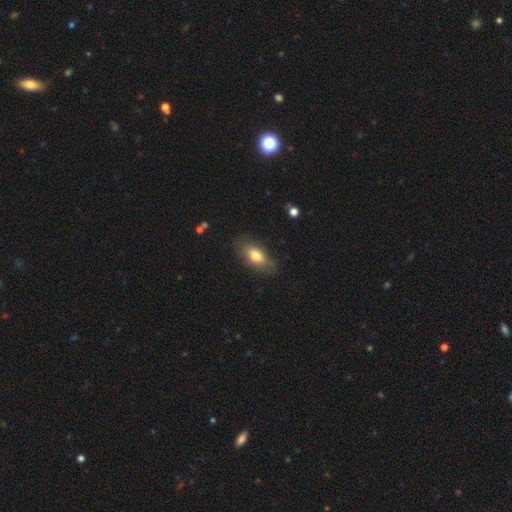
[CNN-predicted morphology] The model was most divided on "smooth or featured": smooth: 73%, featured or disk: 20%, star or artifact: 7%. More confident: merging — none (83%); how rounded — in between (82%).